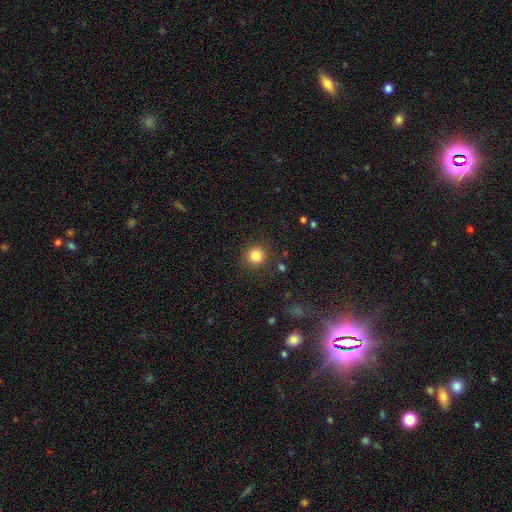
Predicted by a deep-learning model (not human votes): The model was most divided on "smooth or featured": smooth: 84%, star or artifact: 11%, featured or disk: 5%. More confident: how rounded — round (94%); merging — none (89%).